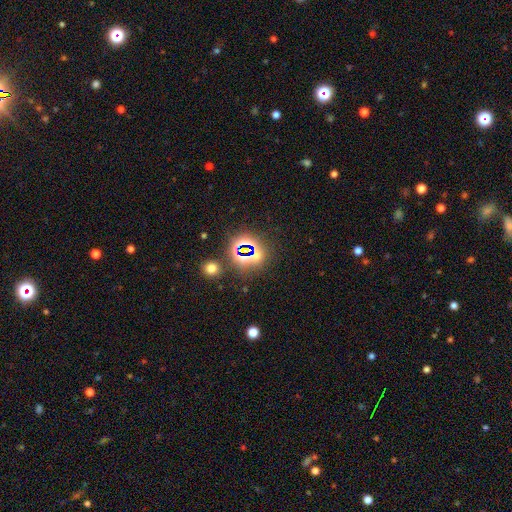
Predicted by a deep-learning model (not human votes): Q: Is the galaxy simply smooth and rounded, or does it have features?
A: star or artifact — 68%.